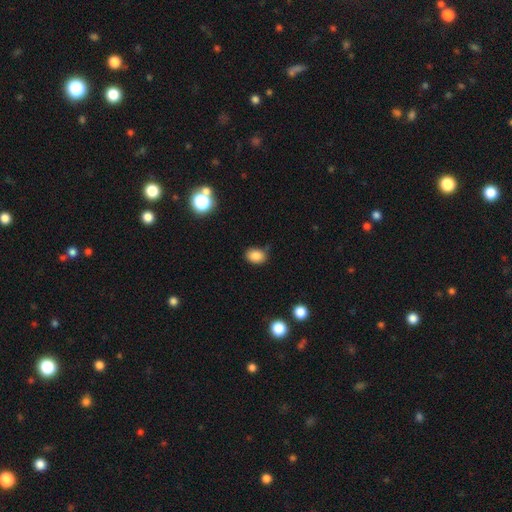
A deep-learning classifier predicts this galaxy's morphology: A smooth galaxy with no disk features (85%) that is in between round and cigar-shaped (67%).

Vote fractions:
- Smooth or featured? smooth: 85% / star or artifact: 11% / featured or disk: 5%
- How rounded? in between: 67% / round: 32% / cigar-shaped: 1%
- Merging? none: 74% / minor disturbance: 20% / major disturbance: 4% / merger: 2%